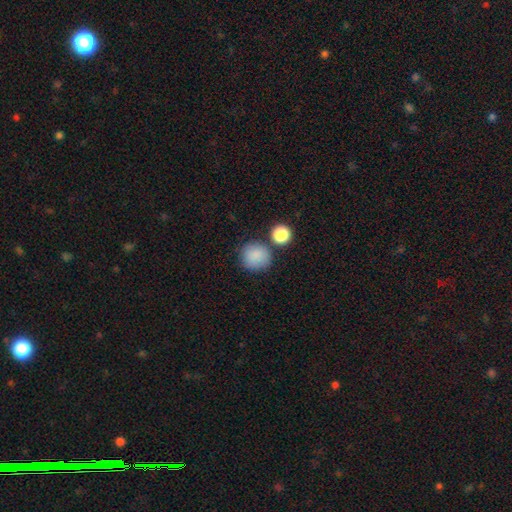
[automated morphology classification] Q: Smooth or featured?
A: smooth (86%); runner-up: star or artifact (9%)
Q: How rounded?
A: round (90%); runner-up: in between (9%)
Q: Merging?
A: none (74%); runner-up: minor disturbance (12%)